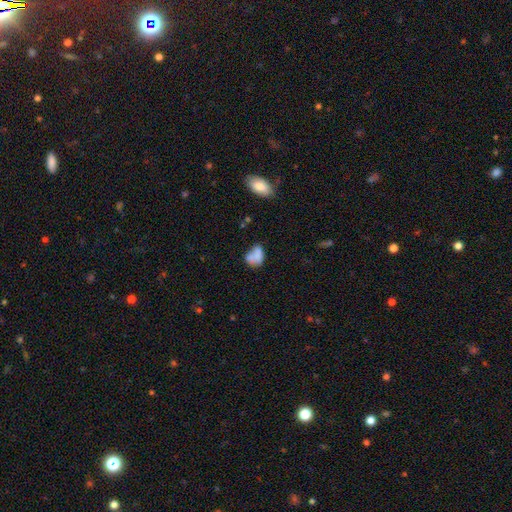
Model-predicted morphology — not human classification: A smooth galaxy with no disk features (70%) that is in between round and cigar-shaped (71%). Merging: none (34%).